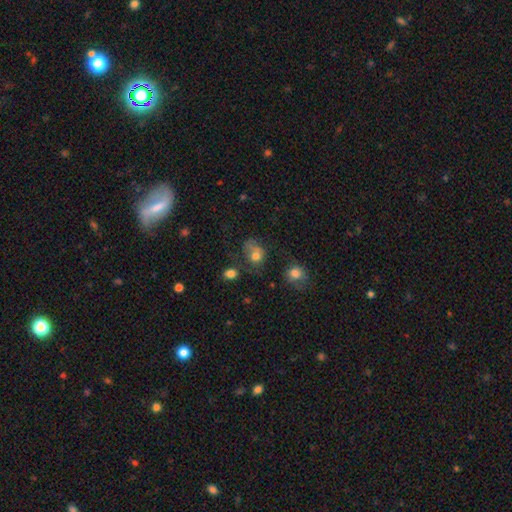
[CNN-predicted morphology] smooth 70%, featured or disk 17%, star or artifact 13%. Down the decision tree: how rounded — round (52%); merging — none (33%).